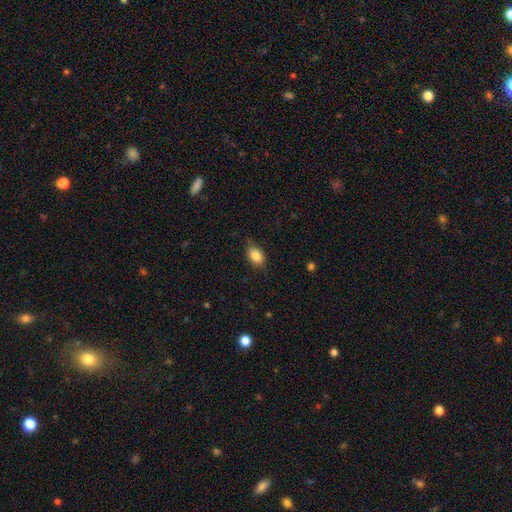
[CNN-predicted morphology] This appears to be a smooth galaxy with no disk features (85%) that is in between round and cigar-shaped (83%). Merging: none (77%).